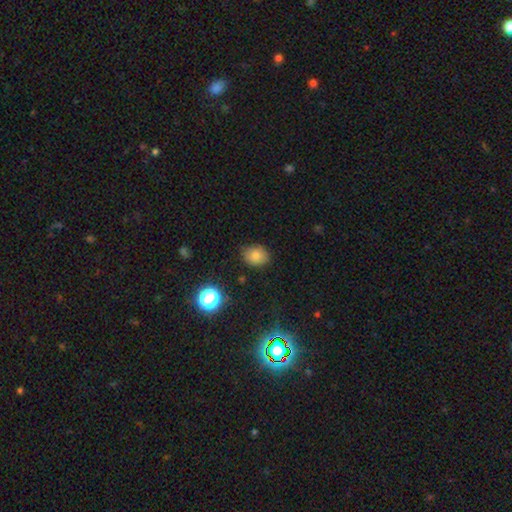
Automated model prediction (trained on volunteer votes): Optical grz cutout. It shows a smooth galaxy with no disk features (78%) that is round (52%). Merging: none (81%).